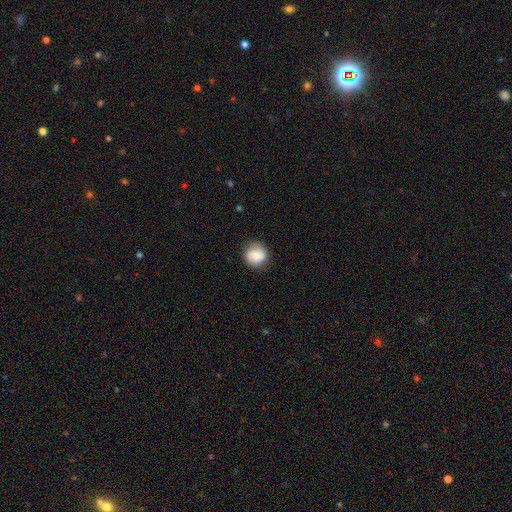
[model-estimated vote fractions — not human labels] Overall: smooth (63%; featured or disk 29%). How rounded: round (89%). Merging: none (79%).